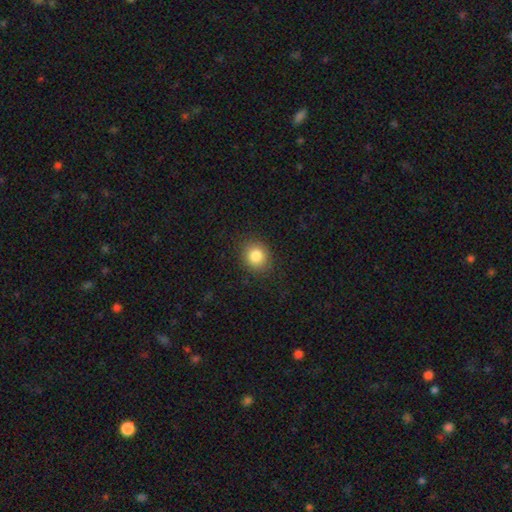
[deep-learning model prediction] This is clearly a smooth galaxy (84%). How rounded: likely round (75%). Merging: clearly none (86%).